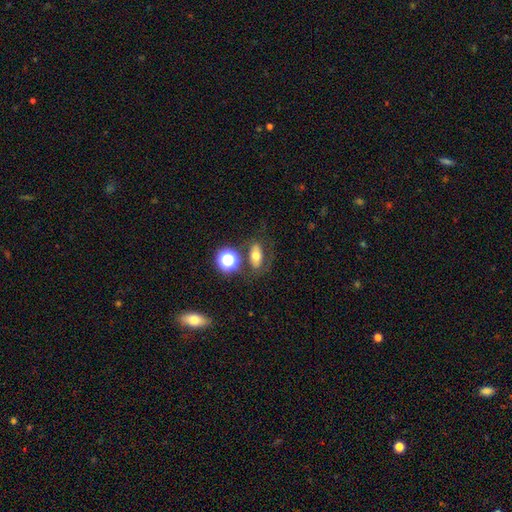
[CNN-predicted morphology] Q: Smooth or featured?
A: smooth (62%); runner-up: featured or disk (23%)
Q: How rounded?
A: in between (77%); runner-up: round (17%)
Q: Merging?
A: none (64%); runner-up: minor disturbance (15%)